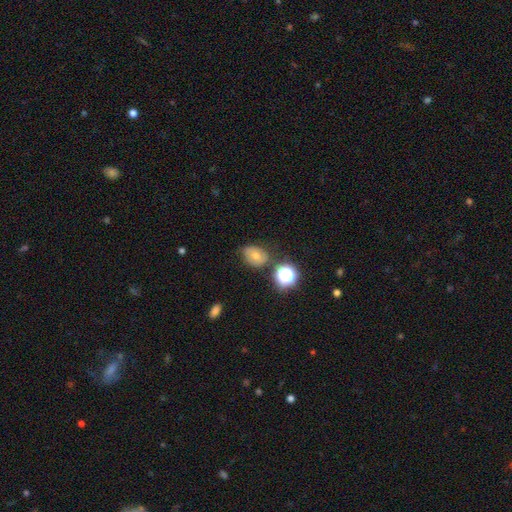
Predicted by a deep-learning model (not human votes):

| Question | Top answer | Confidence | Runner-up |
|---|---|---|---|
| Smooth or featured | smooth | 46% | star or artifact (28%) |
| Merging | none | 72% | minor disturbance (17%) |